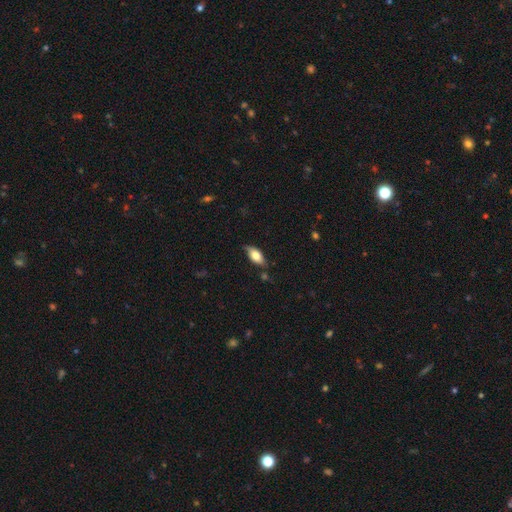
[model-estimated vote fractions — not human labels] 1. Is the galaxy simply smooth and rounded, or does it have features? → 71% smooth, 22% featured or disk, 7% star or artifact.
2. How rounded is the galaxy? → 87% in between, 9% cigar-shaped, 4% round.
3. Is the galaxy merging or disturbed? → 70% none, 23% minor disturbance, 5% major disturbance, 3% merger.